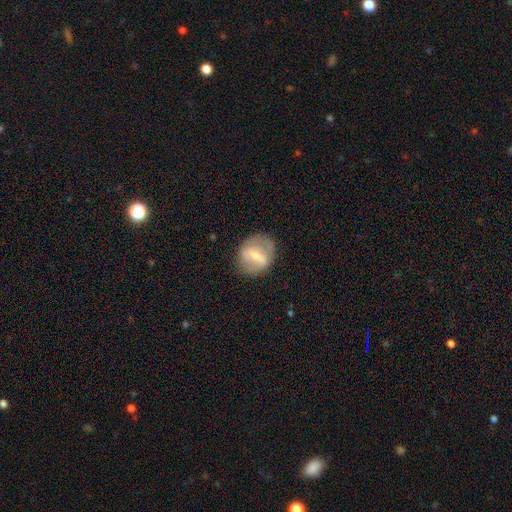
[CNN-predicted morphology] A featured or disk galaxy (57%) with a strong bar (56%), no spiral arms (71%) and a moderate central bulge (48%). Merging: none (77%).